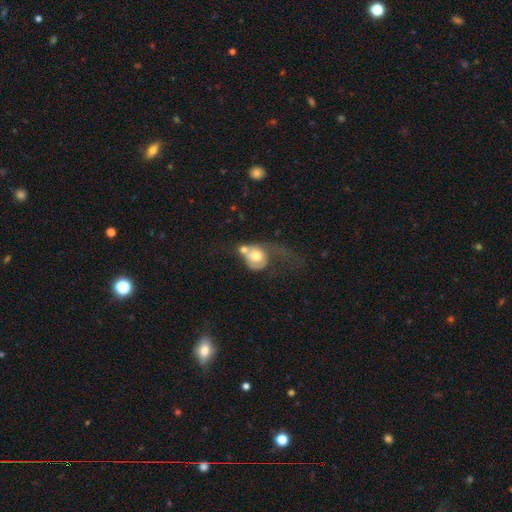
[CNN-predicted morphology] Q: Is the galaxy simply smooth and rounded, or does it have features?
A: smooth — 55%.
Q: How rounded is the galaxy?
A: round — 65%.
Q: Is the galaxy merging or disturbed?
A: merger — 41%.